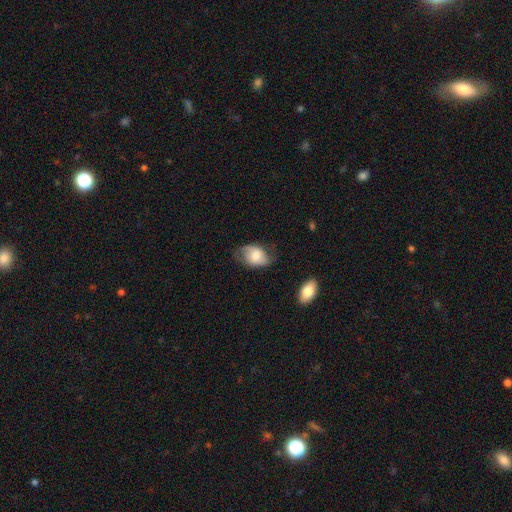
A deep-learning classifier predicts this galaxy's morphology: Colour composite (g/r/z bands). It shows a smooth galaxy with no disk features (62%) that is in between round and cigar-shaped (82%). Merging: none (54%).